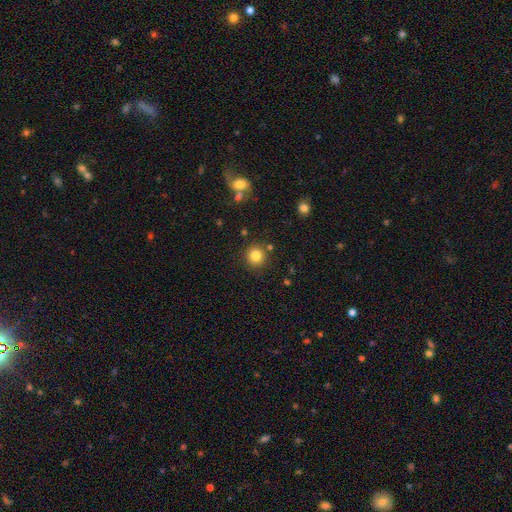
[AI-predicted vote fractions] This is clearly a smooth galaxy (82%). How rounded: clearly round (92%). Merging: clearly none (86%).